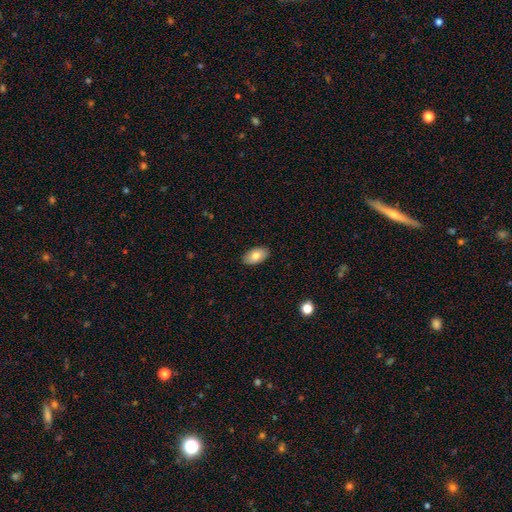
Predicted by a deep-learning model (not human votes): The model was most divided on "smooth or featured": smooth: 80%, featured or disk: 14%, star or artifact: 7%. More confident: how rounded — in between (94%); merging — none (89%).